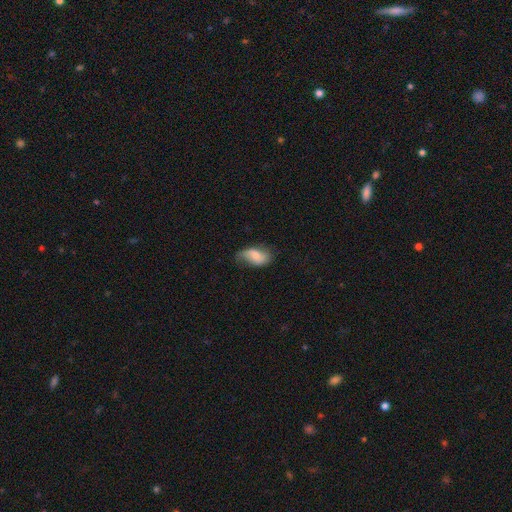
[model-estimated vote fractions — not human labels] smooth-or-featured: smooth: 64% | featured or disk: 29% | star or artifact: 7%
  how-rounded: in between: 92% | round: 5% | cigar-shaped: 3%
  merging: none: 52% | minor disturbance: 34% | major disturbance: 12% | merger: 2%